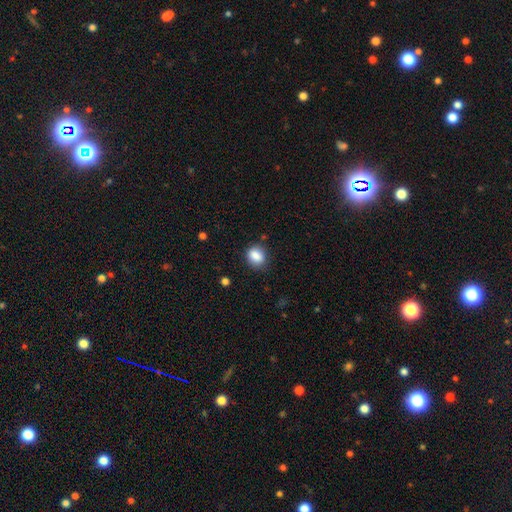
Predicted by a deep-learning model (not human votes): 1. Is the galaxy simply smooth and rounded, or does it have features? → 86% smooth, 9% star or artifact, 5% featured or disk.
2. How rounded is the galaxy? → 59% round, 40% in between, 1% cigar-shaped.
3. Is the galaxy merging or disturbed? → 79% none, 15% minor disturbance, 4% major disturbance, 2% merger.